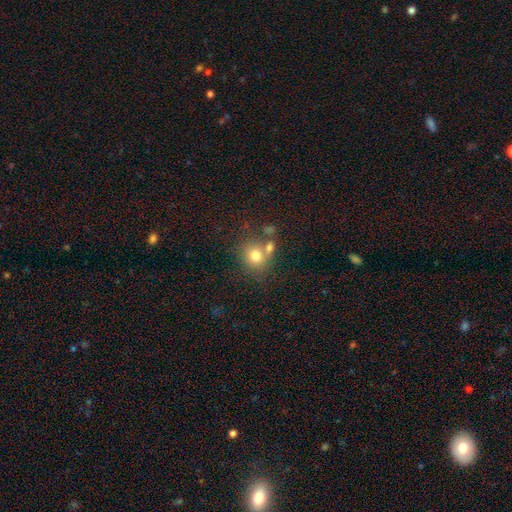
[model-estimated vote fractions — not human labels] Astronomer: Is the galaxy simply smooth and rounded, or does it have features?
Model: smooth — 75%.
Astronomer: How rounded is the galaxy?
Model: round — 78%.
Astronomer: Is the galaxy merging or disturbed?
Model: none — 56%.